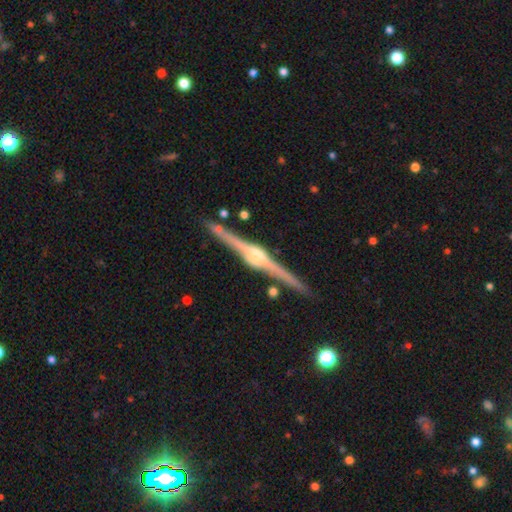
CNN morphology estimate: featured or disk 90%, smooth 5%, star or artifact 5%. Down the decision tree: edge-on disk — yes (99%); edge-on bulge — rounded (87%); merging — none (90%).